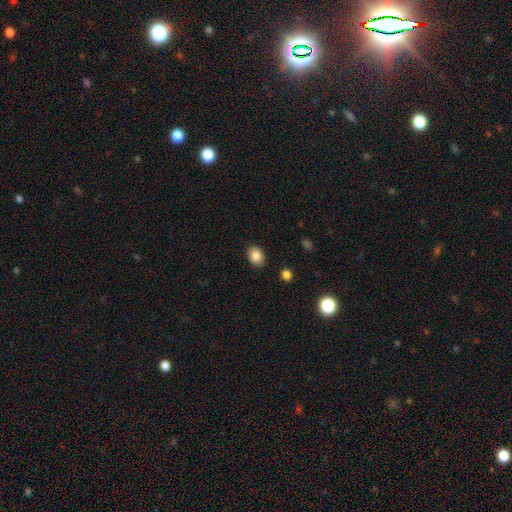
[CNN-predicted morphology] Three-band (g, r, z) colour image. It shows a smooth galaxy with no disk features (85%) that is in between round and cigar-shaped (67%). Merging: none (88%).